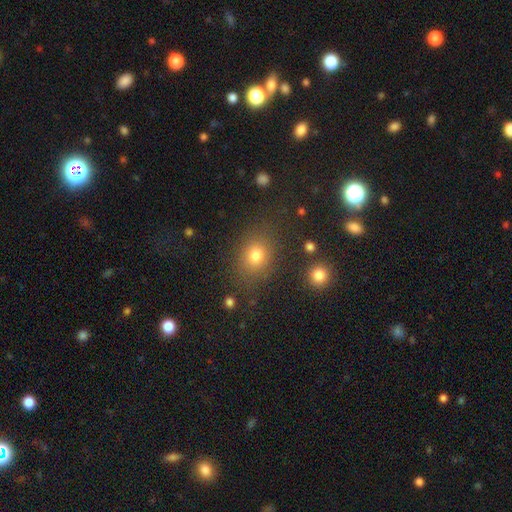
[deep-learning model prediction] This appears to be a smooth galaxy with no disk features (77%) that is round (50%). Merging: none (79%).